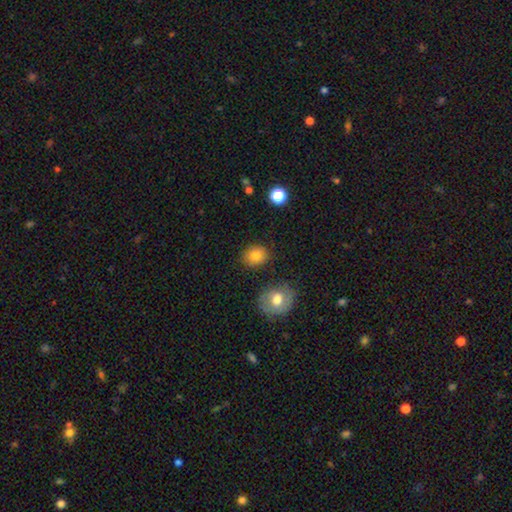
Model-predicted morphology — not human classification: The model was most divided on "how rounded": round: 61%, in between: 37%, cigar-shaped: 1%. More confident: smooth or featured — smooth (82%); merging — none (82%).